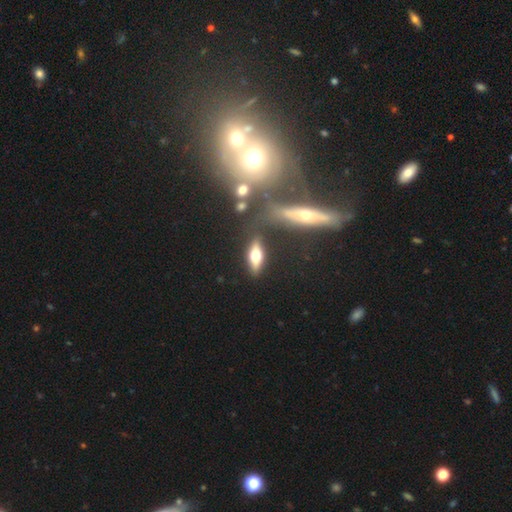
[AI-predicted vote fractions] Smooth or featured? Predicted: featured or disk (p=0.47). Merging? Predicted: none (p=0.80).